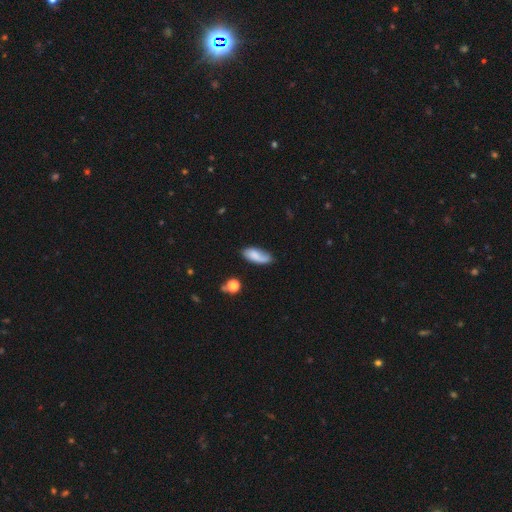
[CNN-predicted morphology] smooth 66%, featured or disk 26%, star or artifact 8%. Down the decision tree: how rounded — in between (81%); merging — none (56%).